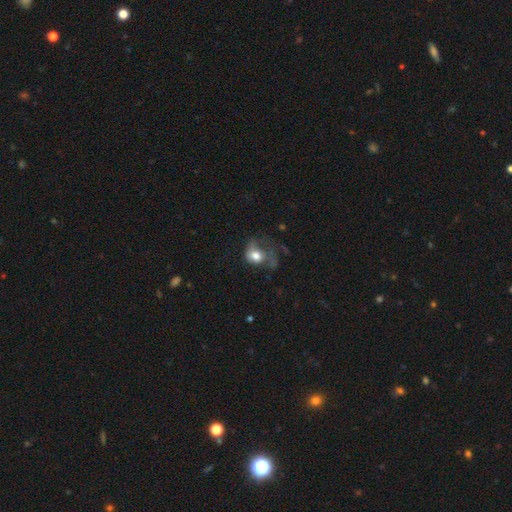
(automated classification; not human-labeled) A smooth galaxy with no disk features (63%) that is in between round and cigar-shaped (54%).

Vote fractions:
- Smooth or featured? smooth: 63% / featured or disk: 28% / star or artifact: 9%
- How rounded? in between: 54% / round: 45% / cigar-shaped: 1%
- Merging? major disturbance: 56% / minor disturbance: 20% / none: 20% / merger: 4%